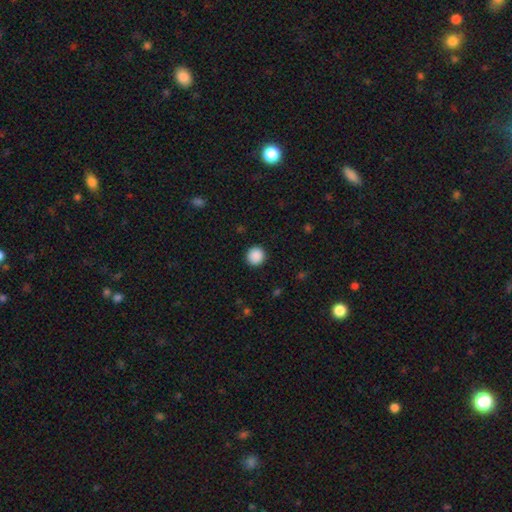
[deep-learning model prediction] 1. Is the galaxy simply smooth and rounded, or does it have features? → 89% smooth, 9% star or artifact, 2% featured or disk.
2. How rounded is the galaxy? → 94% round, 5% in between, 1% cigar-shaped.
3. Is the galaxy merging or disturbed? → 92% none, 5% minor disturbance, 2% major disturbance, 1% merger.